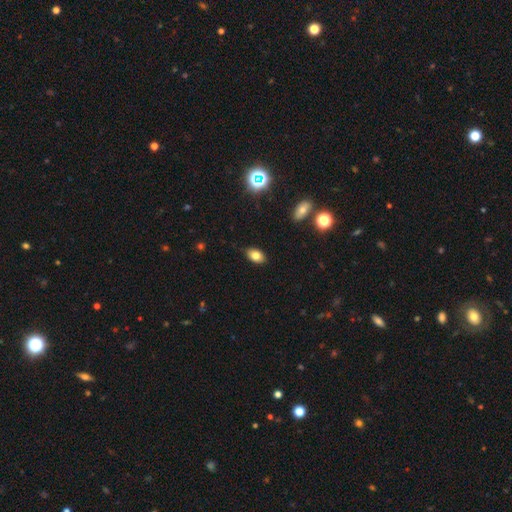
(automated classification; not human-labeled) smooth_or_featured: smooth (p=0.78) [alt: star or artifact p=0.11]
how_rounded: in between (p=0.89) [alt: round p=0.09]
merging: none (p=0.85) [alt: minor disturbance p=0.11]